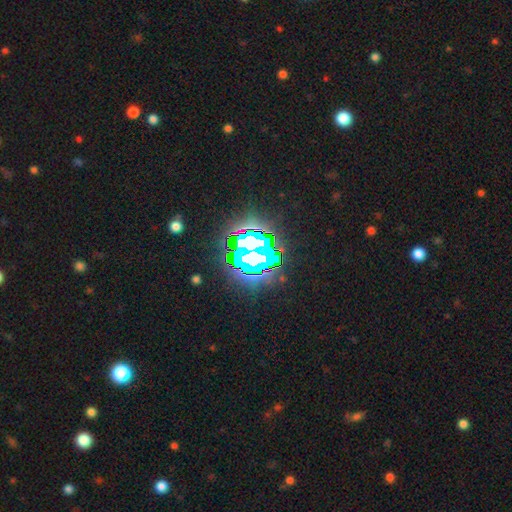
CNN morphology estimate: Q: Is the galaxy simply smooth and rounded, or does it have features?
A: star or artifact — 76%.